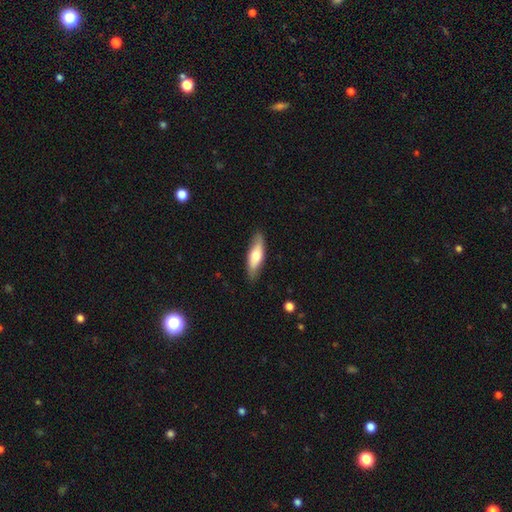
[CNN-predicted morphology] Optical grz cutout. It shows a smooth galaxy with no disk features (62%) that is cigar-shaped (50%). Merging: none (84%).